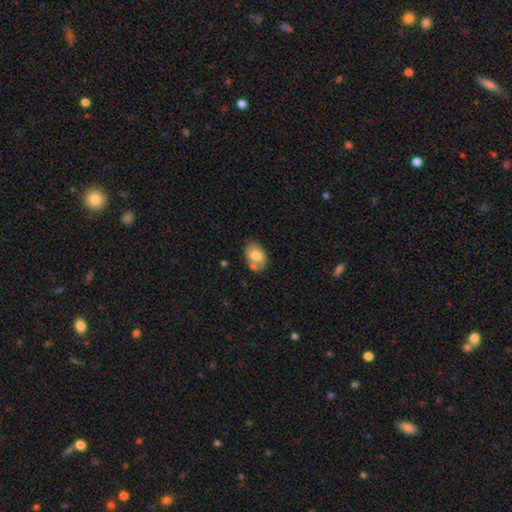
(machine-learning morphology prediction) Smooth or featured? Predicted: smooth (p=0.72). How rounded? Predicted: in between (p=0.85). Merging? Predicted: none (p=0.61).